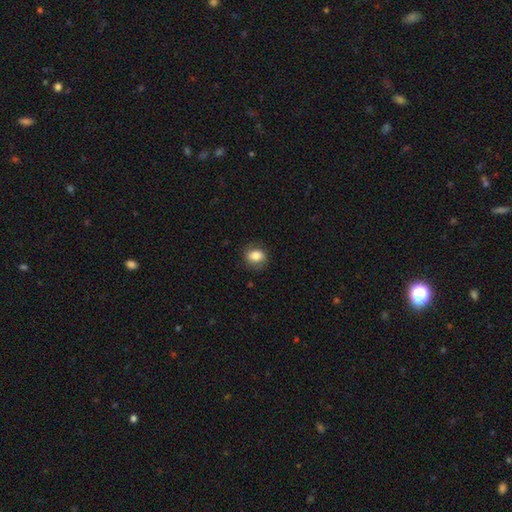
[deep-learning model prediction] Morphology: type=smooth (77%); roundness=in between (52%); merging=none (77%).